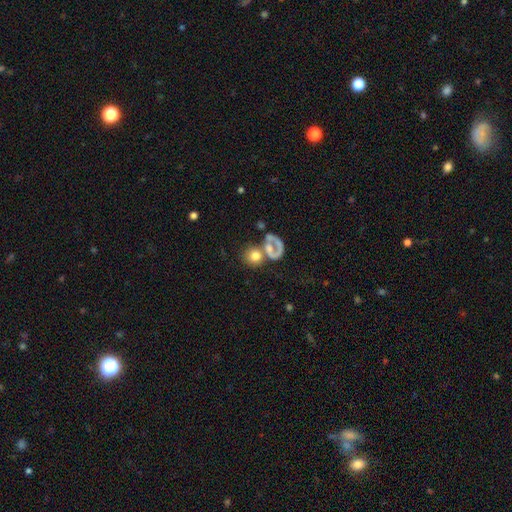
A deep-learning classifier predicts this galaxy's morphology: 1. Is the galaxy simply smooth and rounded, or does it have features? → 62% smooth, 28% featured or disk, 10% star or artifact.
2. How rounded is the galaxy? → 75% round, 23% in between, 1% cigar-shaped.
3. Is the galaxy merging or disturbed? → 43% merger, 35% none, 13% major disturbance, 9% minor disturbance.